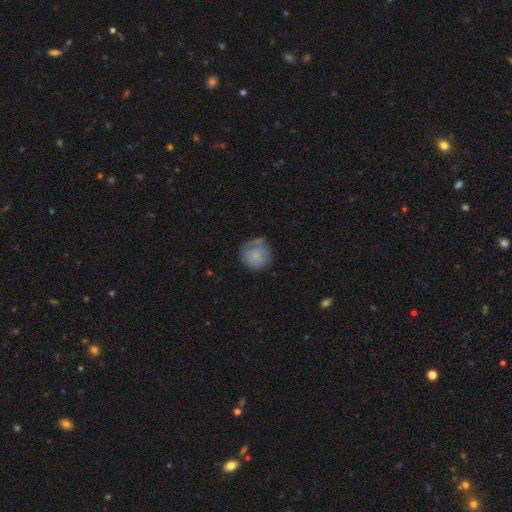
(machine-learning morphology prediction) A smooth galaxy with no disk features (80%) that is round (93%).

Vote fractions:
- Smooth or featured? smooth: 80% / featured or disk: 13% / star or artifact: 7%
- How rounded? round: 93% / in between: 6% / cigar-shaped: 1%
- Merging? none: 65% / minor disturbance: 22% / merger: 7% / major disturbance: 7%